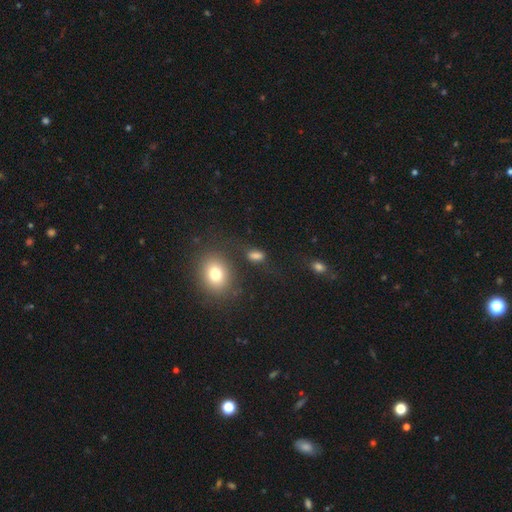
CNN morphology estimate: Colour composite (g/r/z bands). It shows a smooth galaxy with no disk features (74%) that is in between round and cigar-shaped (78%). Merging: none (61%).